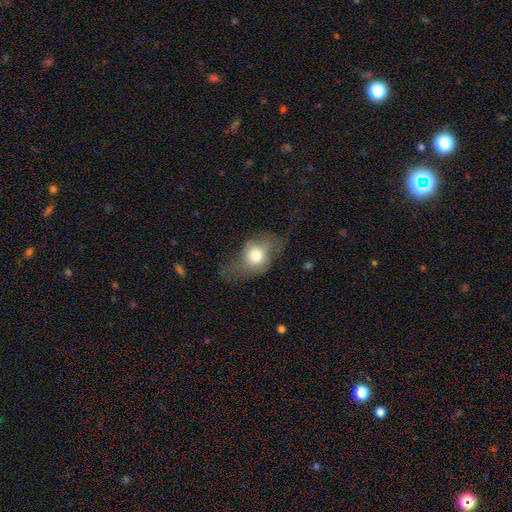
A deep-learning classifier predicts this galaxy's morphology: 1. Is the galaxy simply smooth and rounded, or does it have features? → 67% smooth, 24% featured or disk, 10% star or artifact.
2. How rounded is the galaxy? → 56% in between, 42% round, 2% cigar-shaped.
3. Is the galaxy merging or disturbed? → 41% none, 30% major disturbance, 27% minor disturbance, 2% merger.